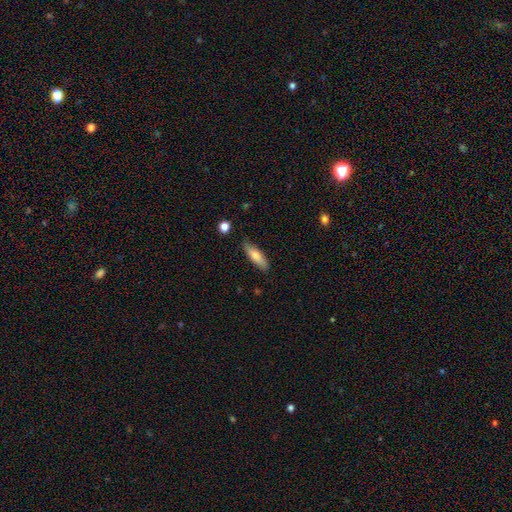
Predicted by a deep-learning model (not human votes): Q: Smooth or featured?
A: smooth (77%); runner-up: featured or disk (17%)
Q: How rounded?
A: cigar-shaped (50%); runner-up: in between (48%)
Q: Merging?
A: none (83%); runner-up: minor disturbance (13%)